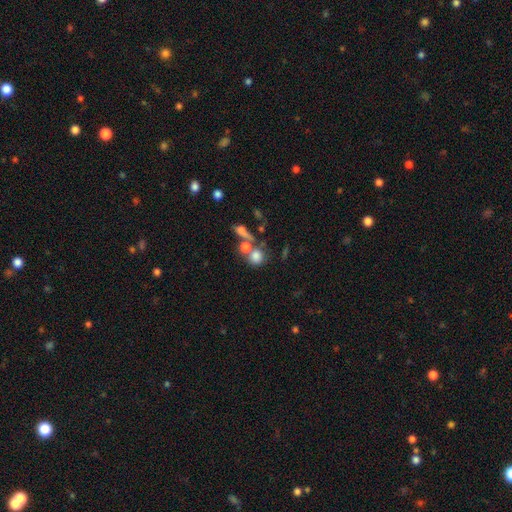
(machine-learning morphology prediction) A smooth galaxy with no disk features (74%) that is round (77%). Merging: none (47%).